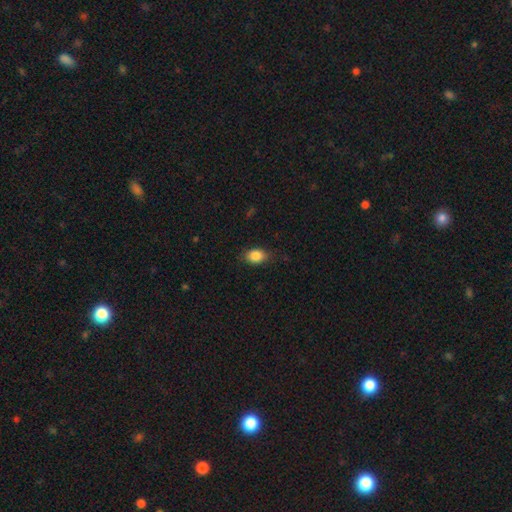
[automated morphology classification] This is clearly a smooth galaxy (86%). How rounded: likely in between (74%). Merging: likely none (78%).